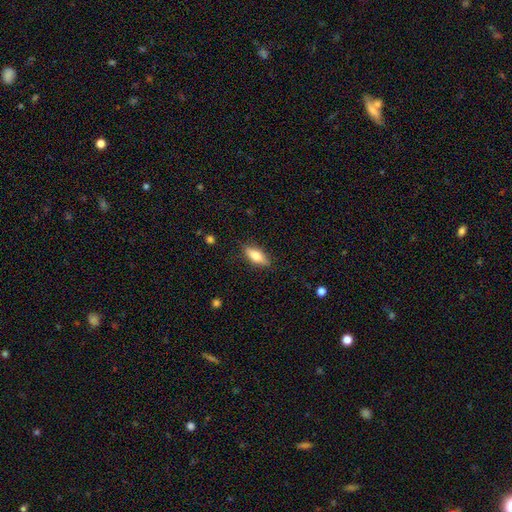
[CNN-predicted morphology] smooth_or_featured: smooth (p=0.72) [alt: featured or disk p=0.21]
how_rounded: in between (p=0.73) [alt: cigar-shaped p=0.24]
merging: none (p=0.83) [alt: minor disturbance p=0.13]